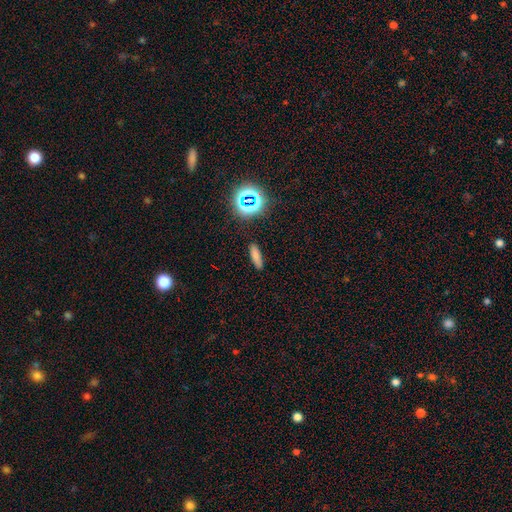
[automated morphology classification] The model was most divided on "how rounded": cigar-shaped: 57%, in between: 39%, round: 4%. More confident: merging — none (87%); smooth or featured — smooth (73%).